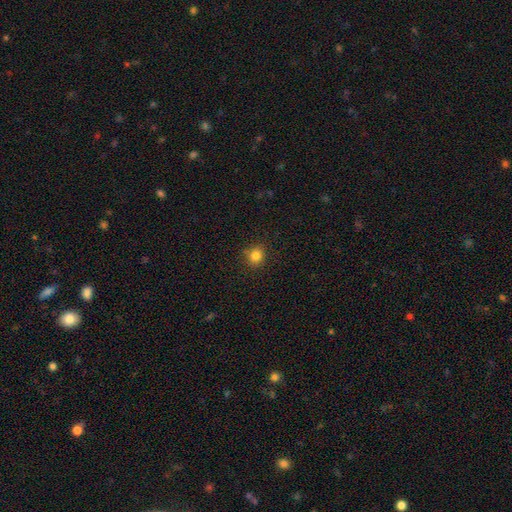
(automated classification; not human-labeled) Smooth or featured?
  - smooth: 82% *
  - star or artifact: 13%
  - featured or disk: 5%
How rounded?
  - round: 84% *
  - in between: 15%
  - cigar-shaped: 1%
Merging?
  - none: 87% *
  - minor disturbance: 9%
  - major disturbance: 2%
  - merger: 2%